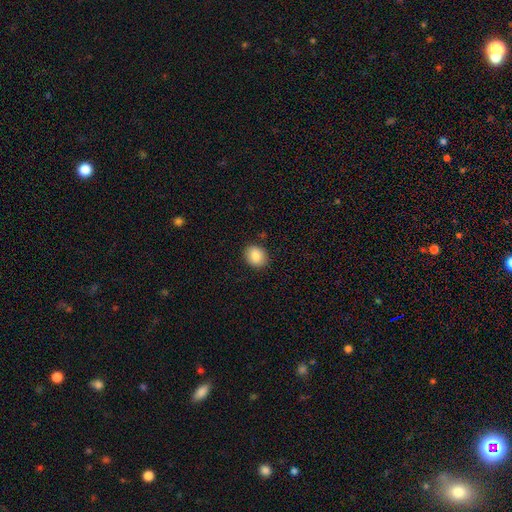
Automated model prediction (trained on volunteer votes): A smooth galaxy with no disk features (88%) that is round (54%). Merging: none (88%).